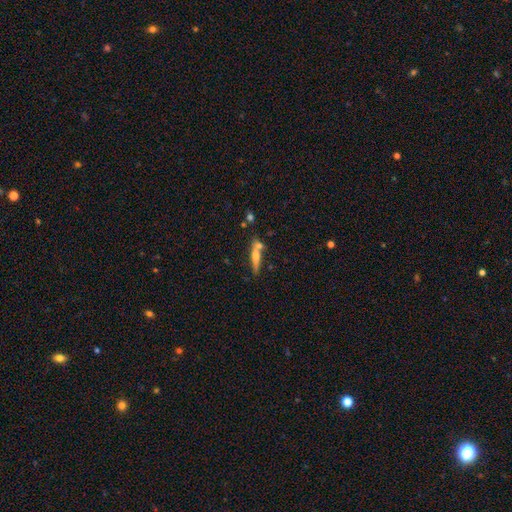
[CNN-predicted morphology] Smooth or featured: smooth — 46% (featured or disk — 45%)
Merging: none — 59% (merger — 23%)